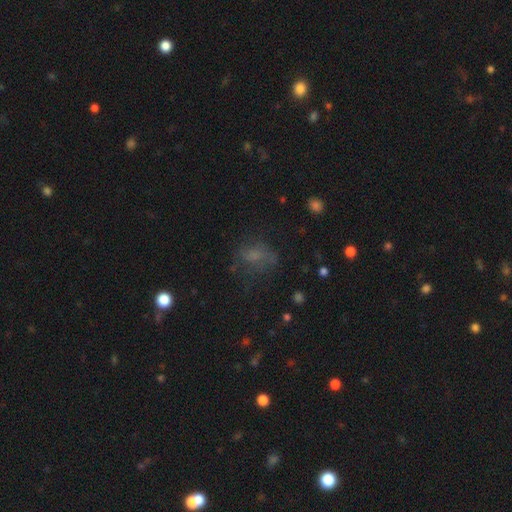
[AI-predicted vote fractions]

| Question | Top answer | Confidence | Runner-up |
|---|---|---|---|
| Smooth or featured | smooth | 55% | featured or disk (23%) |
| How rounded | in between | 67% | round (30%) |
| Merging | none | 48% | major disturbance (27%) |